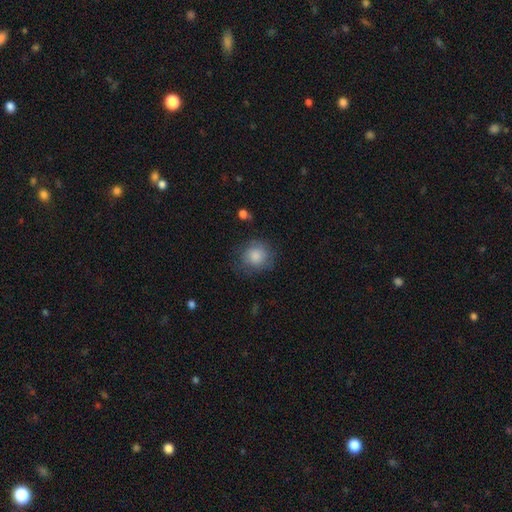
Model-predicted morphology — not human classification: Smooth or featured: smooth — 84% (featured or disk — 8%)
How rounded: round — 86% (in between — 13%)
Merging: none — 72% (minor disturbance — 19%)